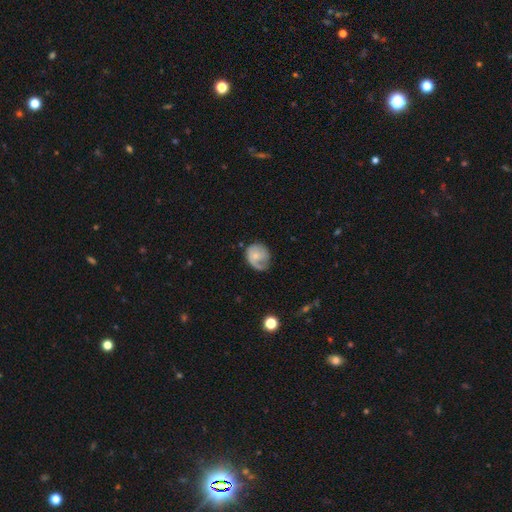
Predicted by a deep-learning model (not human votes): The model was most divided on "smooth or featured": featured or disk: 47%, smooth: 46%, star or artifact: 7%. Remaining: merging — none (42%).